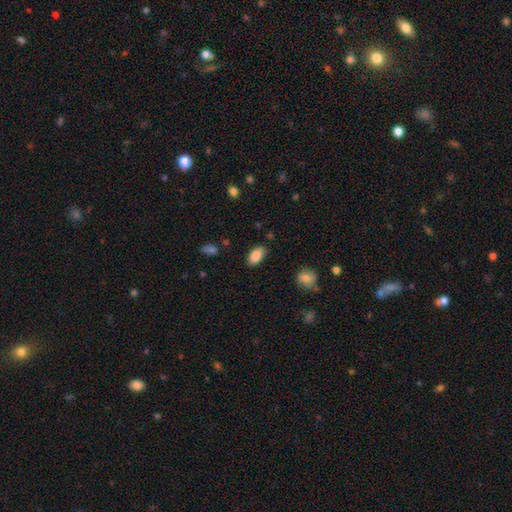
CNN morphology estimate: smooth 86%, star or artifact 7%, featured or disk 7%. Down the decision tree: how rounded — in between (92%); merging — none (84%).